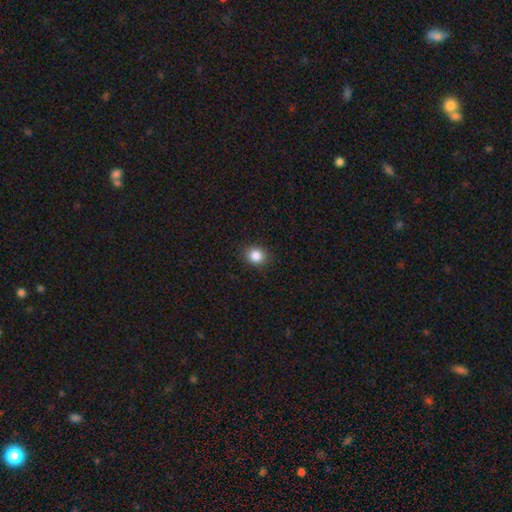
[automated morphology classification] Overall: smooth (85%). How rounded: round (69%; in between 30%). Merging: none (91%).